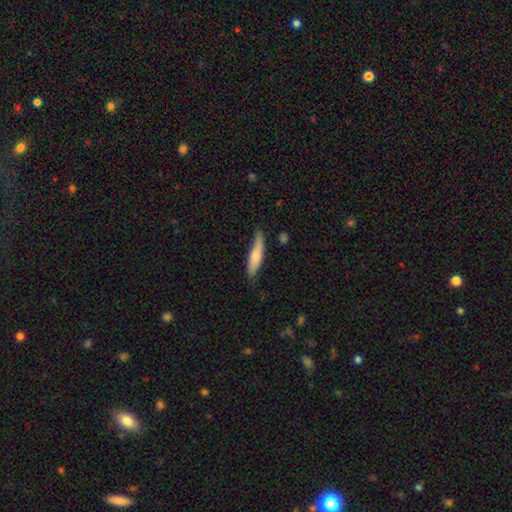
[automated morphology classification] A smooth galaxy with no disk features (71%) that is cigar-shaped (75%).

Vote fractions:
- Smooth or featured? smooth: 71% / featured or disk: 23% / star or artifact: 5%
- How rounded? cigar-shaped: 75% / in between: 23% / round: 2%
- Merging? none: 71% / minor disturbance: 23% / major disturbance: 4% / merger: 2%